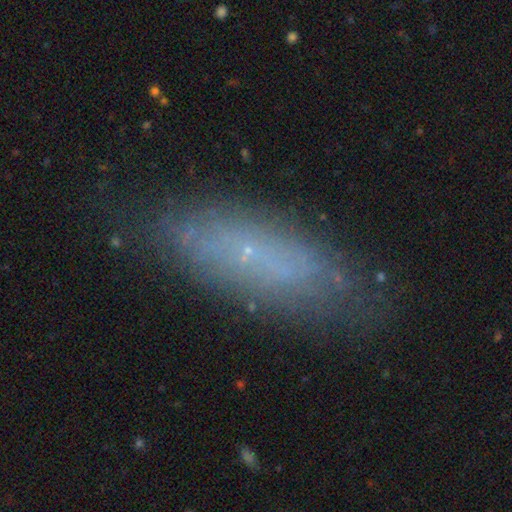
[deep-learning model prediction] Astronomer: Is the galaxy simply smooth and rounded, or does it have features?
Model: smooth — 46% (runner-up: featured or disk, 42%).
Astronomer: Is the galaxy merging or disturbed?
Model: none — 79%.